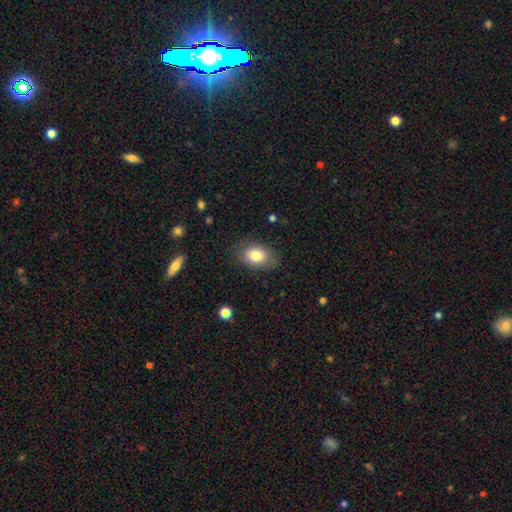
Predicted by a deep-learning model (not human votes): Overall: smooth (81%). How rounded: in between (78%). Merging: none (81%).